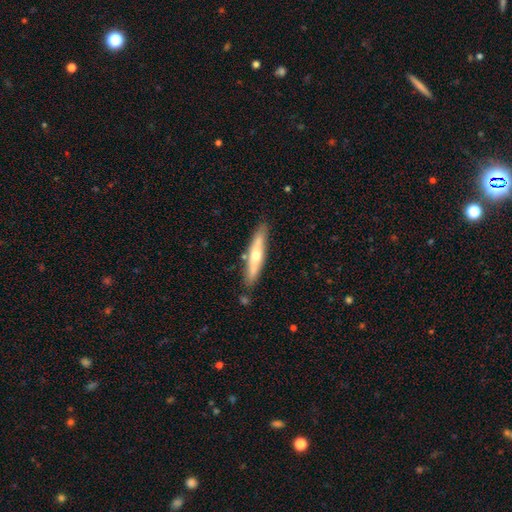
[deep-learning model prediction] Overall: featured or disk (49%; smooth 45%). Merging: none (81%).